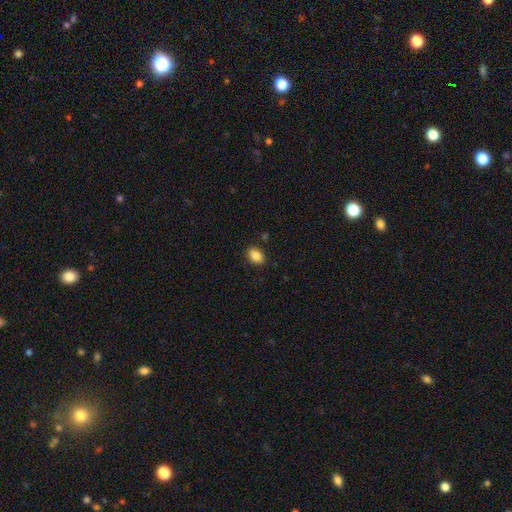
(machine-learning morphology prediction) type=smooth (86%); roundness=in between (80%); merging=none (87%).